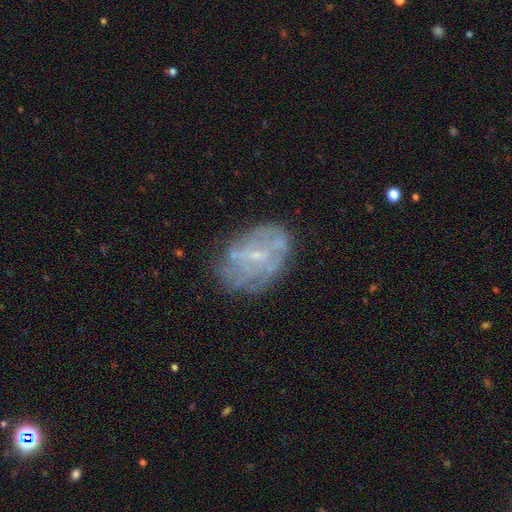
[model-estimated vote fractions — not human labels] featured or disk 65%, smooth 24%, star or artifact 11%. Down the decision tree: edge-on disk — no (97%); bar — weak (45%); spiral arms — yes (51%); bulge size — small (66%); merging — none (62%).